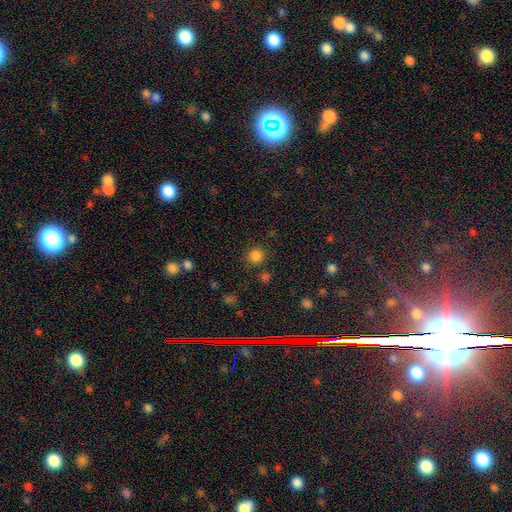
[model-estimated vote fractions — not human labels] A smooth galaxy with no disk features (83%) that is round (90%).

Vote fractions:
- Smooth or featured? smooth: 83% / star or artifact: 13% / featured or disk: 4%
- How rounded? round: 90% / in between: 9% / cigar-shaped: 1%
- Merging? none: 84% / minor disturbance: 8% / merger: 4% / major disturbance: 3%